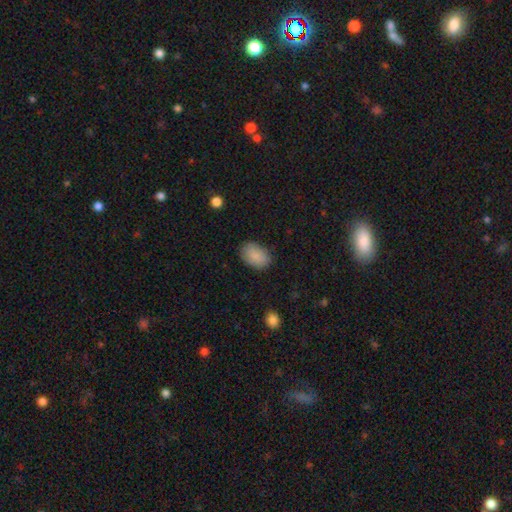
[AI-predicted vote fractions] Smooth or featured?
  - smooth: 88% *
  - star or artifact: 7%
  - featured or disk: 5%
How rounded?
  - in between: 87% *
  - round: 12%
  - cigar-shaped: 1%
Merging?
  - none: 83% *
  - minor disturbance: 12%
  - major disturbance: 3%
  - merger: 1%